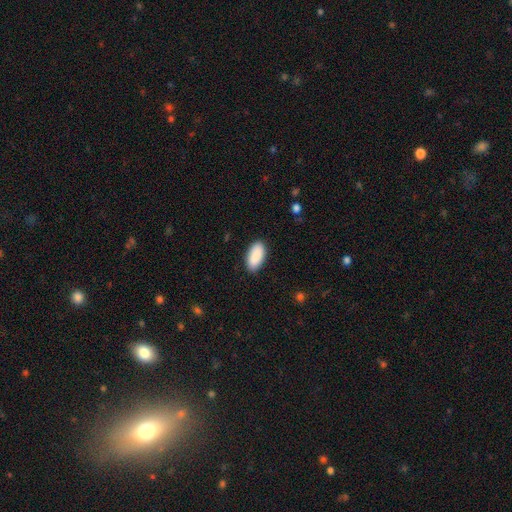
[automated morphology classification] Smooth or featured? smooth (91%)
How rounded? in between (92%)
Merging? none (88%)